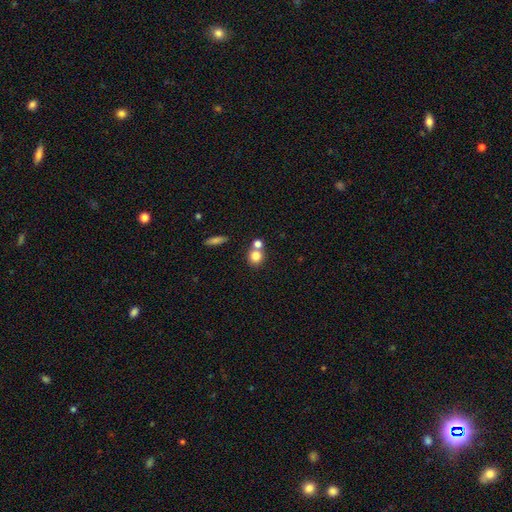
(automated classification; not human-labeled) smooth-or-featured: smooth: 80% | star or artifact: 10% | featured or disk: 10%
  how-rounded: round: 84% | in between: 14% | cigar-shaped: 1%
  merging: none: 53% | merger: 37% | minor disturbance: 8% | major disturbance: 3%